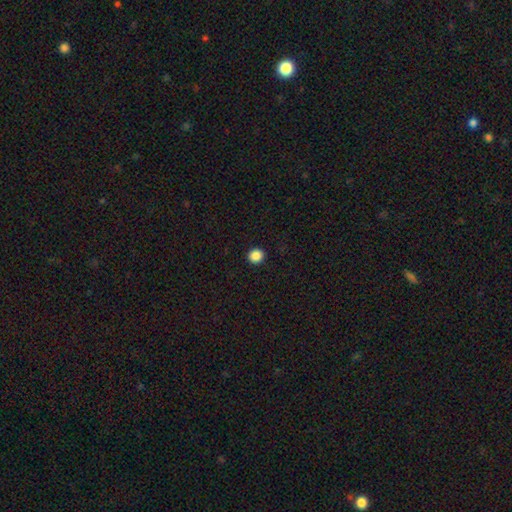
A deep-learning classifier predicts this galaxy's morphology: smooth 87%, star or artifact 10%, featured or disk 3%. Down the decision tree: how rounded — round (91%); merging — none (93%).